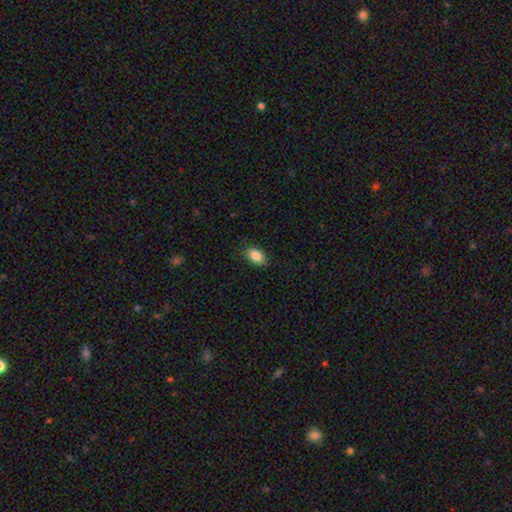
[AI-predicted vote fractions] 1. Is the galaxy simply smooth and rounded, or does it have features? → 87% smooth, 8% star or artifact, 5% featured or disk.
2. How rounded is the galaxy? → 88% in between, 10% round, 2% cigar-shaped.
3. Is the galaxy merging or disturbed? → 84% none, 12% minor disturbance, 3% major disturbance, 1% merger.